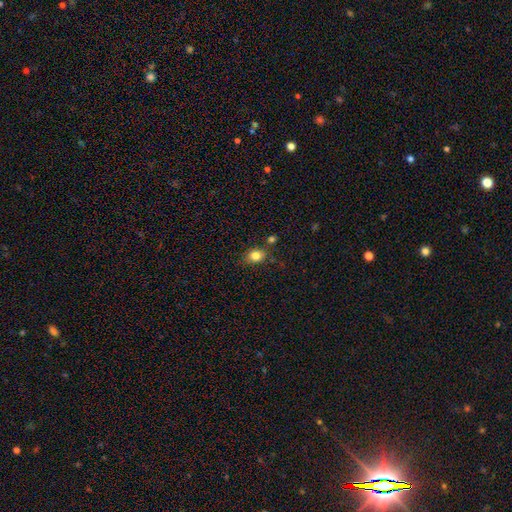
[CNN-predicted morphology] smooth 82%, star or artifact 11%, featured or disk 8%. Down the decision tree: how rounded — in between (57%); merging — none (76%).